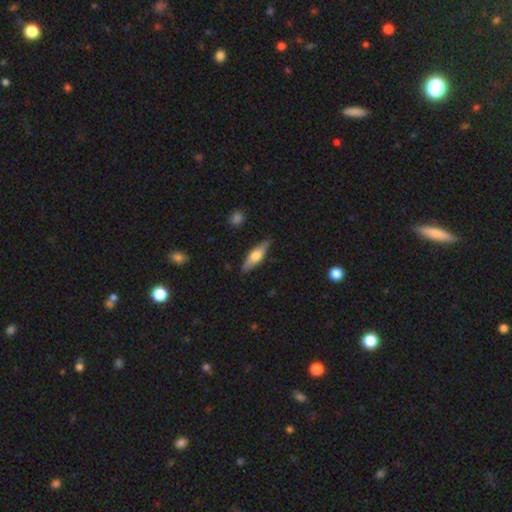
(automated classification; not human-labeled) Smooth or featured: smooth — 54% (featured or disk — 40%)
How rounded: cigar-shaped — 55% (in between — 42%)
Merging: none — 85% (minor disturbance — 11%)